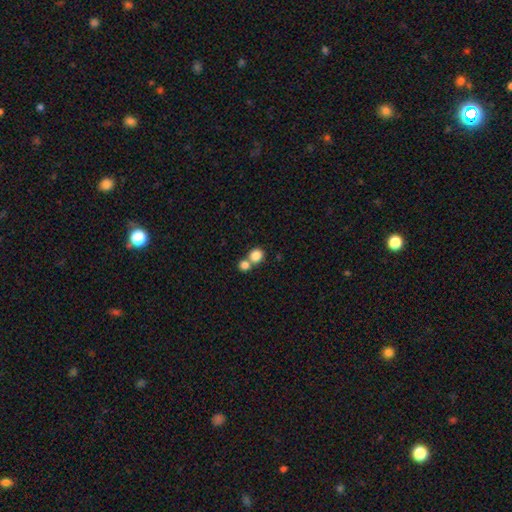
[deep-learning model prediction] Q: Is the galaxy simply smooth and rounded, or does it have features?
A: smooth — 84%.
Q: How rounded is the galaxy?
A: round — 85%.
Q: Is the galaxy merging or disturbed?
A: merger — 46%, tied with none.